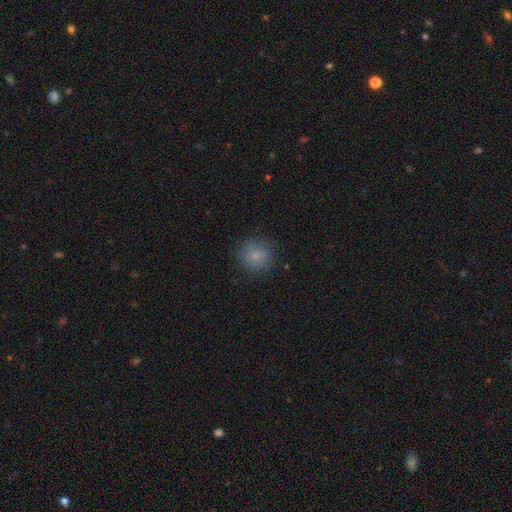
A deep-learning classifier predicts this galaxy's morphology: Smooth or featured? Predicted: smooth (p=0.80). How rounded? Predicted: round (p=0.88). Merging? Predicted: none (p=0.82).